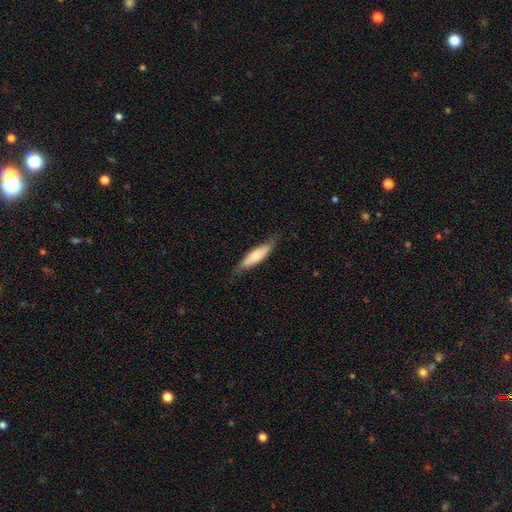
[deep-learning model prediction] This is likely a smooth galaxy (62%). How rounded: likely cigar-shaped (66%). Merging: likely none (77%).